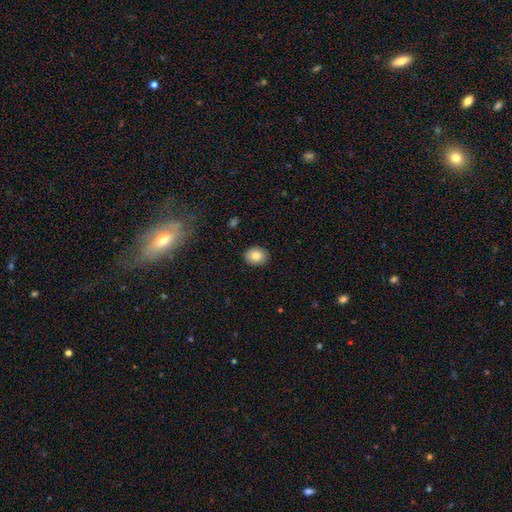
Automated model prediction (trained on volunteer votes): Q: Smooth or featured?
A: smooth (85%); runner-up: star or artifact (8%)
Q: How rounded?
A: round (51%); runner-up: in between (48%)
Q: Merging?
A: none (89%); runner-up: minor disturbance (8%)